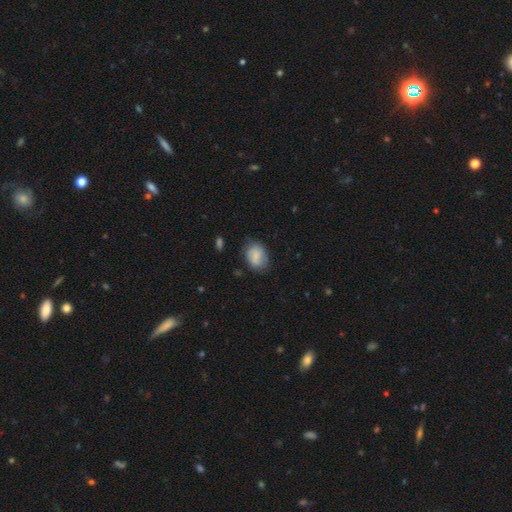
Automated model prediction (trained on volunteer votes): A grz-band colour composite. It shows a smooth galaxy with no disk features (79%) that is in between round and cigar-shaped (73%). Merging: none (67%).